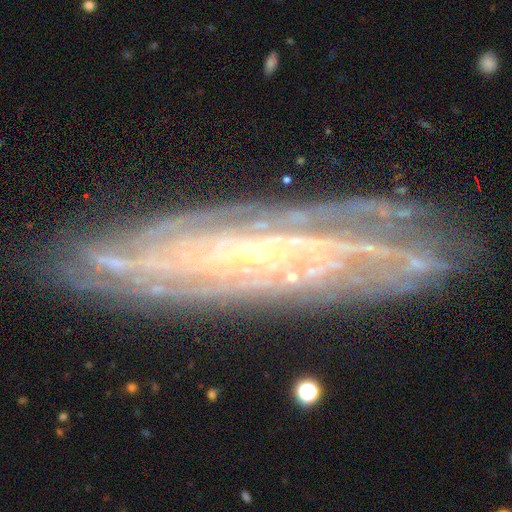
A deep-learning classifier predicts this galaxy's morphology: Smooth or featured: featured or disk — 85% (smooth — 8%)
Edge-on disk: no — 70% (yes — 30%)
Bar: no — 53% (weak — 30%)
Spiral arms: yes — 96% (no — 4%)
Spiral winding: tight — 78% (medium — 18%)
Spiral arm count: can't tell — 39% (more than 4 — 16%)
Bulge size: small — 81% (moderate — 13%)
Merging: none — 83% (minor disturbance — 12%)